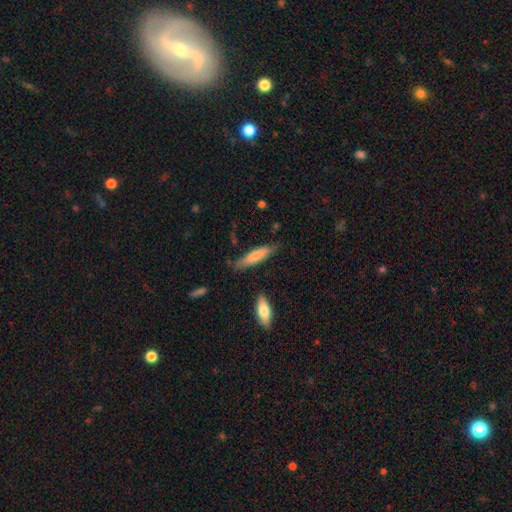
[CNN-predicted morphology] smooth 75%, featured or disk 19%, star or artifact 6%. Down the decision tree: how rounded — cigar-shaped (76%); merging — none (74%).